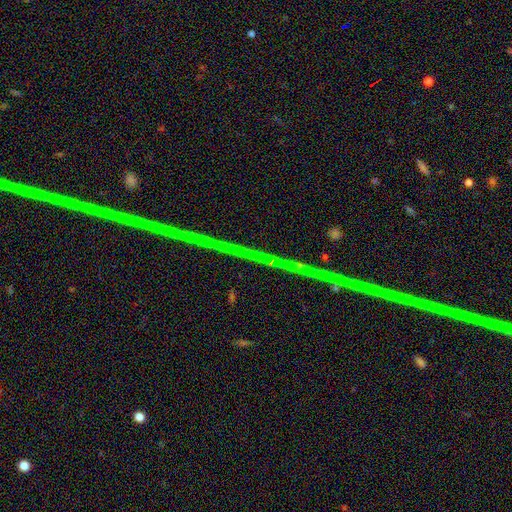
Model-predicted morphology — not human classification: Overall: star or artifact (75%).